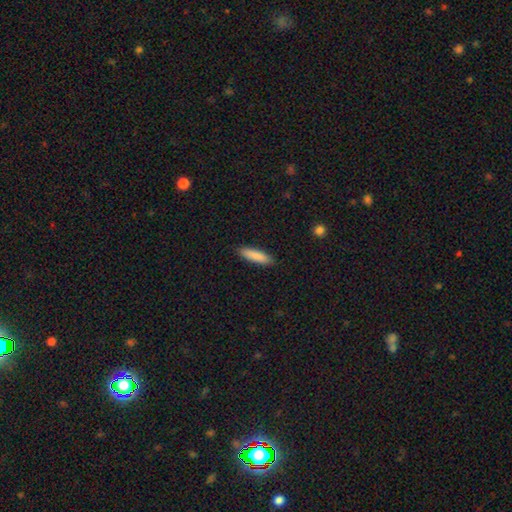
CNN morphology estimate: smooth_or_featured: smooth (p=0.87) [alt: featured or disk p=0.07]
how_rounded: cigar-shaped (p=0.72) [alt: in between p=0.27]
merging: none (p=0.90) [alt: minor disturbance p=0.07]